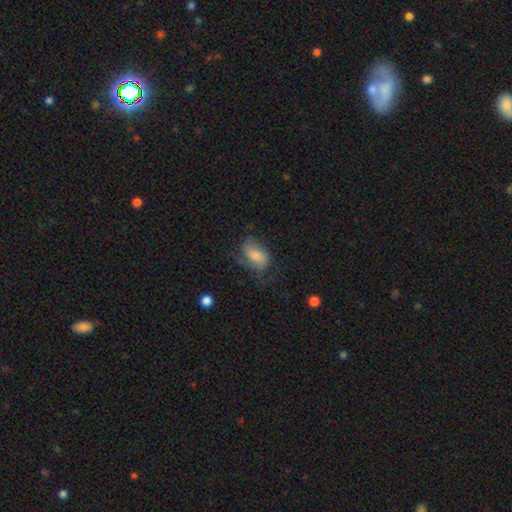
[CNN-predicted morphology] smooth-or-featured: smooth: 64% | featured or disk: 26% | star or artifact: 10%
  how-rounded: in between: 84% | round: 14% | cigar-shaped: 2%
  merging: none: 46% | minor disturbance: 30% | major disturbance: 22% | merger: 2%